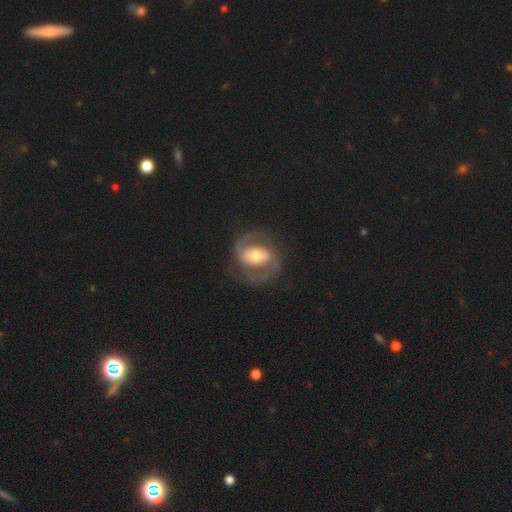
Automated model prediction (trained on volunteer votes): A featured or disk galaxy (84%) with a weak bar (38%), 2 (90%) medium (53%) spiral arms (91%) and a moderate central bulge (66%).

Vote fractions:
- Smooth or featured? featured or disk: 84% / smooth: 11% / star or artifact: 5%
- Edge-on disk? no: 97% / yes: 3%
- Bar? weak: 38% / strong: 34% / no: 29%
- Spiral arms? yes: 91% / no: 9%
- Spiral winding? medium: 53% / tight: 29% / loose: 18%
- Spiral arm count? 2: 90% / can't tell: 4% / 1: 2% / 3: 2% / 4: 1% / more than 4: 1%
- Bulge size? moderate: 66% / small: 17% / large: 15% / dominant: 1% / none: 1%
- Merging? none: 77% / minor disturbance: 13% / major disturbance: 9% / merger: 1%